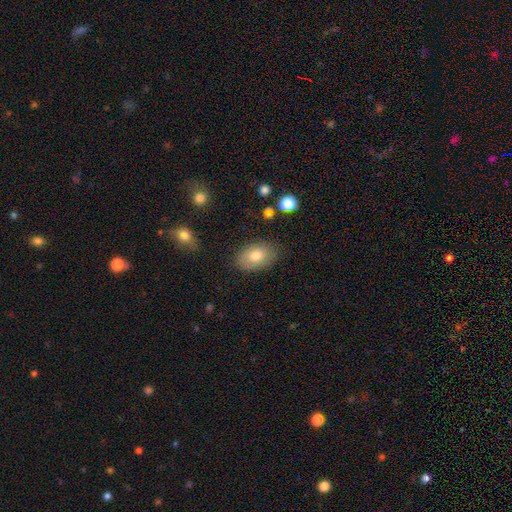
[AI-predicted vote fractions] A smooth galaxy with no disk features (76%) that is in between round and cigar-shaped (88%). Merging: none (81%).